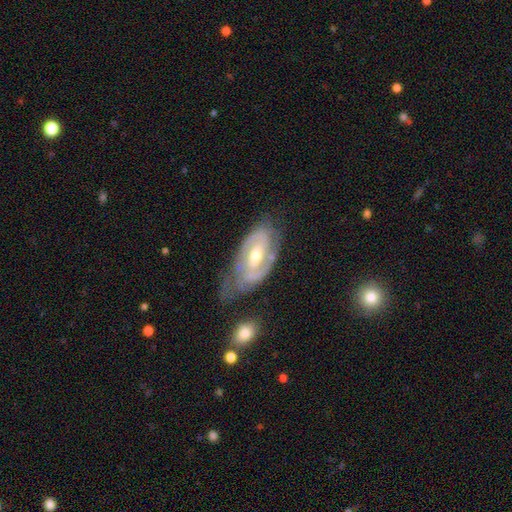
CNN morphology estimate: Smooth or featured? Predicted: featured or disk (p=0.86). Edge-on disk? Predicted: no (p=0.95). Bar? Predicted: weak (p=0.46). Spiral arms? Predicted: yes (p=0.93). Spiral winding? Predicted: tight (p=0.54). Spiral arm count? Predicted: 2 (p=0.73). Bulge size? Predicted: moderate (p=0.64). Merging? Predicted: none (p=0.57).